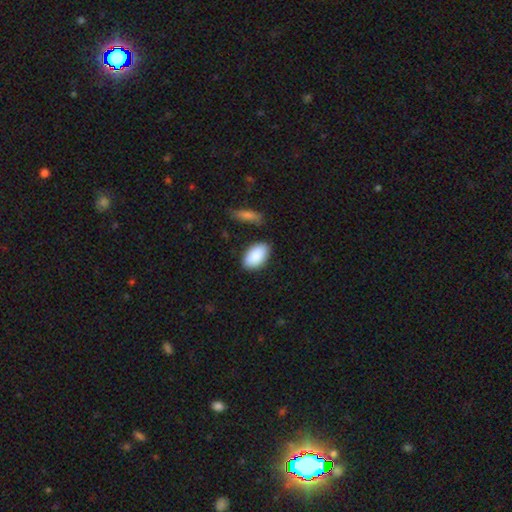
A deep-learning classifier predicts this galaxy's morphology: Q: Smooth or featured?
A: smooth (89%); runner-up: star or artifact (6%)
Q: How rounded?
A: in between (94%); runner-up: round (4%)
Q: Merging?
A: none (80%); runner-up: minor disturbance (13%)